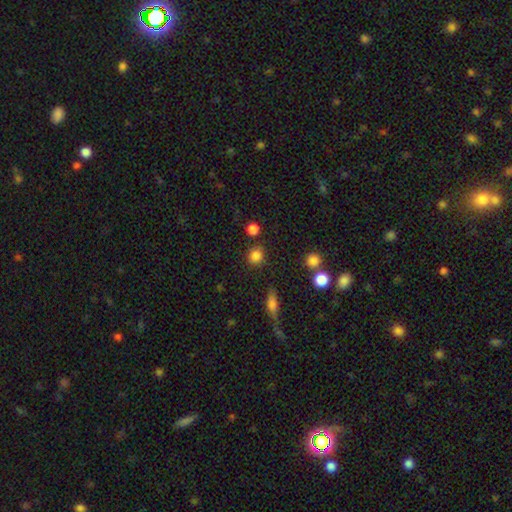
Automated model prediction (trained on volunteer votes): Q: Smooth or featured?
A: smooth (84%); runner-up: star or artifact (11%)
Q: How rounded?
A: round (84%); runner-up: in between (14%)
Q: Merging?
A: none (84%); runner-up: minor disturbance (9%)